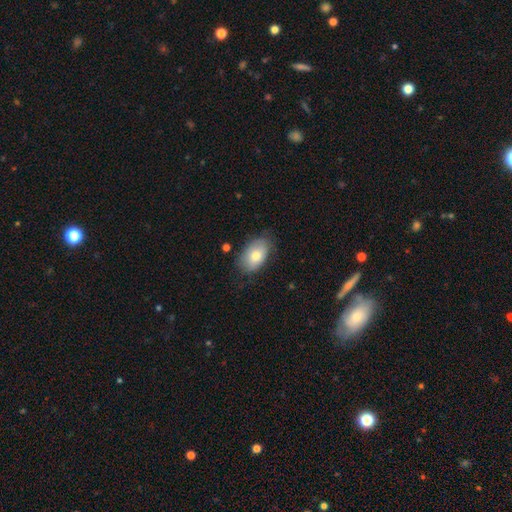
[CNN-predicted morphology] Smooth or featured: smooth — 77% (featured or disk — 16%)
How rounded: in between — 92% (round — 7%)
Merging: none — 72% (minor disturbance — 21%)